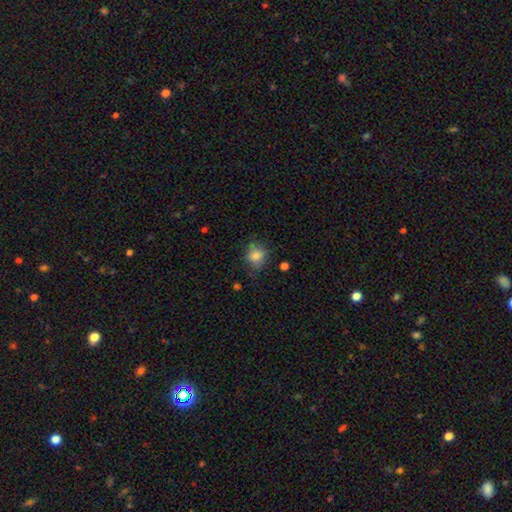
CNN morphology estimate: Smooth or featured: smooth — 81% (star or artifact — 10%)
How rounded: round — 72% (in between — 27%)
Merging: none — 69% (minor disturbance — 22%)